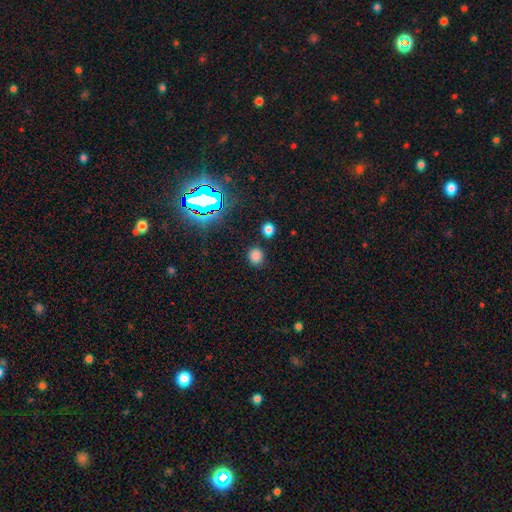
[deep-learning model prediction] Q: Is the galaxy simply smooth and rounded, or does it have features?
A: smooth — 75%.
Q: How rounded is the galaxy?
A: round — 82%.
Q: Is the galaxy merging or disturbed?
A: none — 85%.